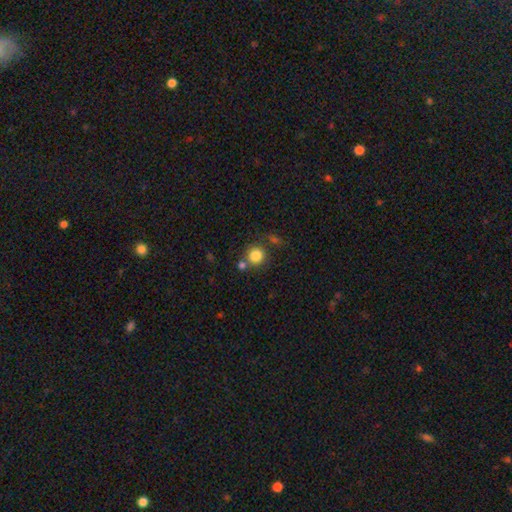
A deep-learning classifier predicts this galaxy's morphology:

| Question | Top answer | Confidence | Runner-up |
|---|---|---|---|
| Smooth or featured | smooth | 83% | star or artifact (11%) |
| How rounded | round | 92% | in between (7%) |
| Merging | none | 70% | merger (17%) |